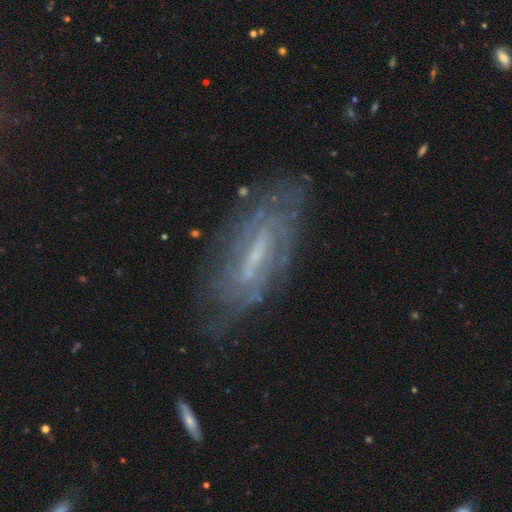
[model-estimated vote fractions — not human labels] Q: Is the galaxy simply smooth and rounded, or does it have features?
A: featured or disk — 77%.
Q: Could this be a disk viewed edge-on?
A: no — 82%.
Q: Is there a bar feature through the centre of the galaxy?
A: weak — 45%.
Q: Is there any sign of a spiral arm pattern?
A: yes — 80%.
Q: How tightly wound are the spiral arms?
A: tight — 60%.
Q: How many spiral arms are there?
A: can't tell — 62%.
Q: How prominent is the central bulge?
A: small — 48%.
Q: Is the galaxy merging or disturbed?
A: none — 72%.